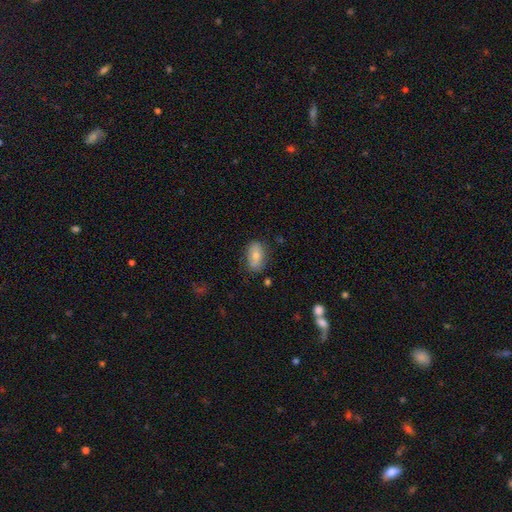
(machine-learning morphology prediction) This appears to be a smooth galaxy with no disk features (70%) that is in between round and cigar-shaped (89%). Merging: none (78%).